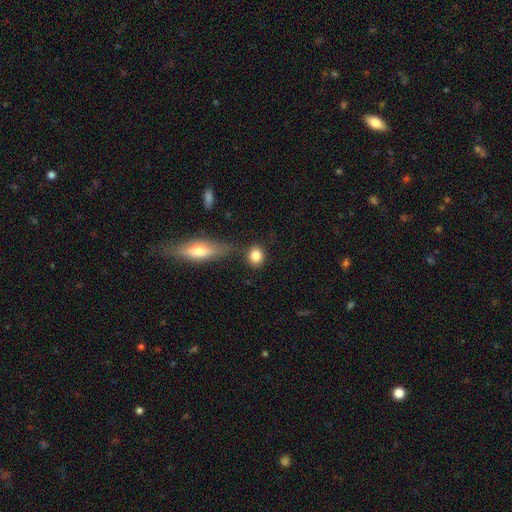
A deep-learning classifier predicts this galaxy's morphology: A smooth galaxy with no disk features (83%) that is round (72%). Merging: none (75%).